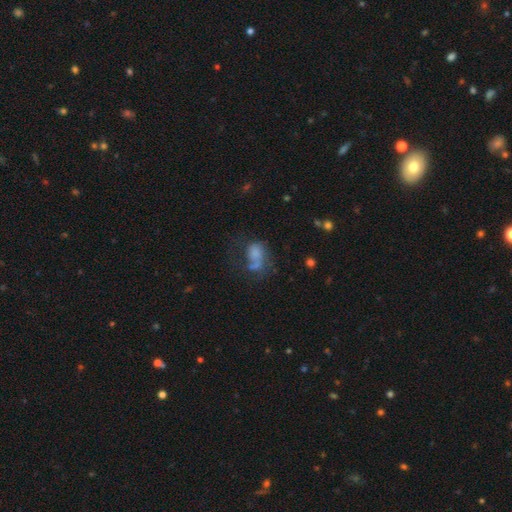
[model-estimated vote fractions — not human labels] Smooth or featured: smooth — 56% (featured or disk — 30%)
How rounded: in between — 65% (round — 34%)
Merging: major disturbance — 37% (none — 25%)